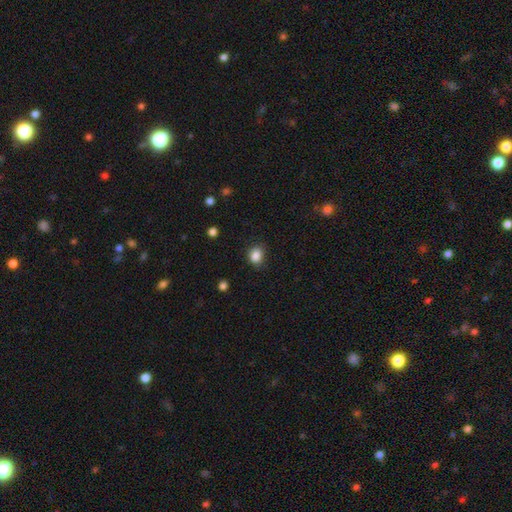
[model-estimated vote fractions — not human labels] Overall: smooth (86%). How rounded: round (56%; in between 43%). Merging: none (80%).